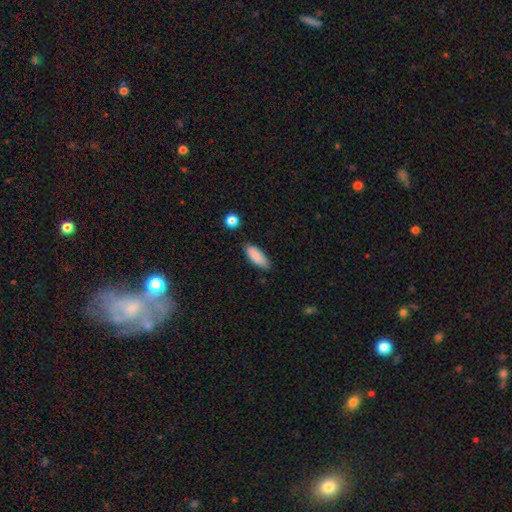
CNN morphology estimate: A smooth galaxy with no disk features (88%) that is in between round and cigar-shaped (76%).

Vote fractions:
- Smooth or featured? smooth: 88% / star or artifact: 6% / featured or disk: 5%
- How rounded? in between: 76% / cigar-shaped: 23% / round: 2%
- Merging? none: 82% / minor disturbance: 14% / major disturbance: 2% / merger: 2%